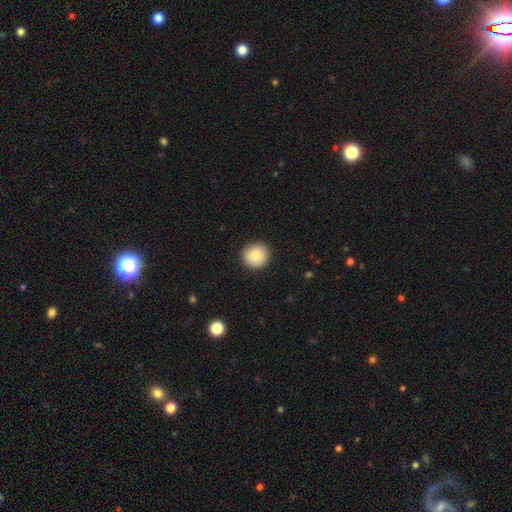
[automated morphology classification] Smooth or featured? Predicted: smooth (p=0.85). How rounded? Predicted: round (p=0.93). Merging? Predicted: none (p=0.92).